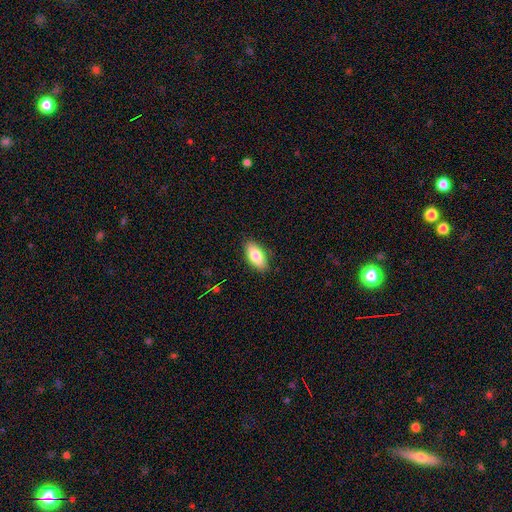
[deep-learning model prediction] This appears to be a smooth galaxy with no disk features (80%) that is in between round and cigar-shaped (89%). Merging: none (87%).